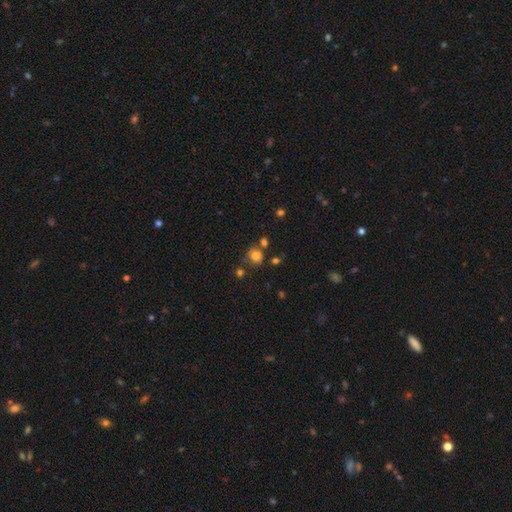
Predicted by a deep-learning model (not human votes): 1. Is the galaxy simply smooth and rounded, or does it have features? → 77% smooth, 14% star or artifact, 9% featured or disk.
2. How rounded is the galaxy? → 75% round, 24% in between, 1% cigar-shaped.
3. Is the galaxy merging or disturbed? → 64% none, 15% minor disturbance, 15% merger, 6% major disturbance.